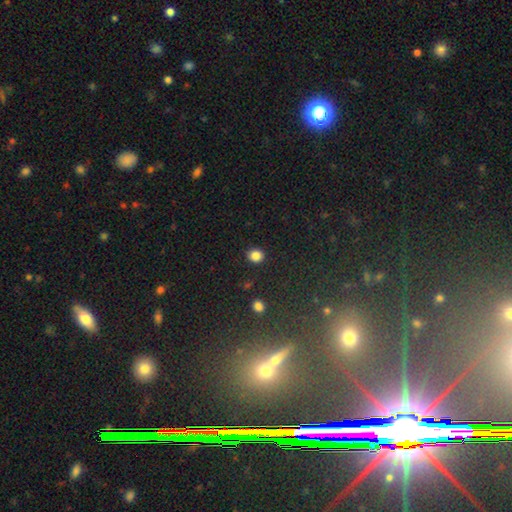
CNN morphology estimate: Smooth or featured?
  - smooth: 84% *
  - star or artifact: 11%
  - featured or disk: 4%
How rounded?
  - round: 77% *
  - in between: 22%
  - cigar-shaped: 1%
Merging?
  - none: 90% *
  - minor disturbance: 7%
  - major disturbance: 2%
  - merger: 2%